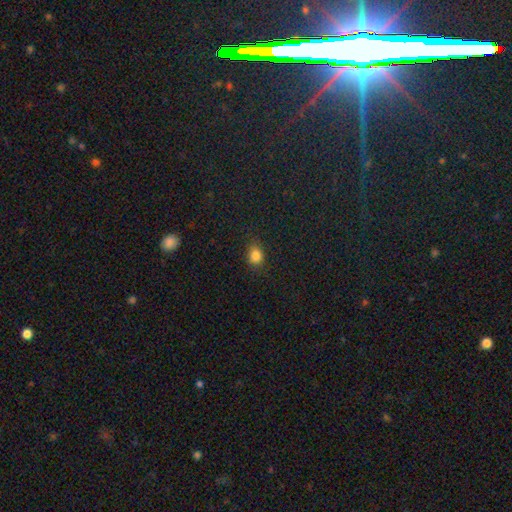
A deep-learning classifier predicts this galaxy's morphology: smooth 83%, star or artifact 13%, featured or disk 4%. Down the decision tree: how rounded — round (55%); merging — none (81%).